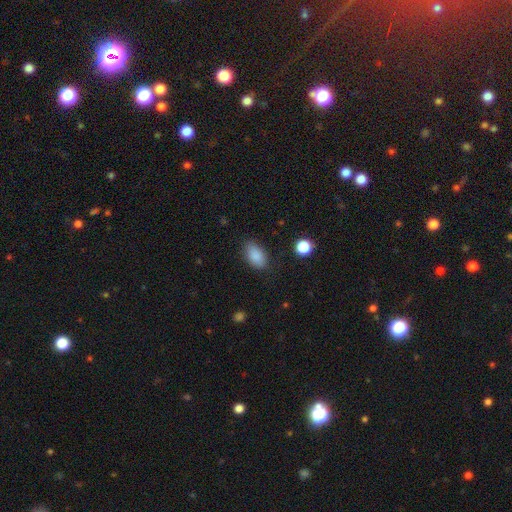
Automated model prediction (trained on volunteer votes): This is clearly a smooth galaxy (87%). How rounded: clearly in between (91%). Merging: clearly none (80%).